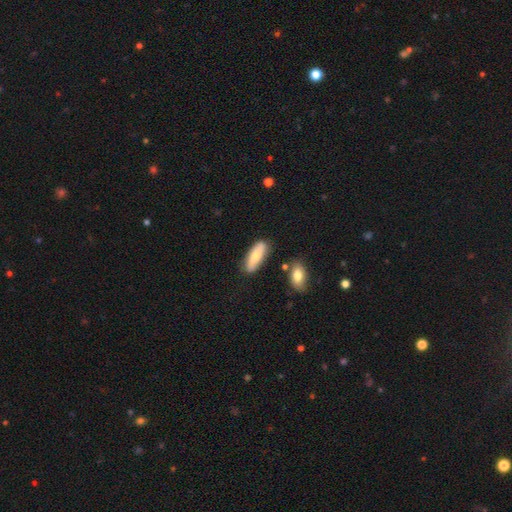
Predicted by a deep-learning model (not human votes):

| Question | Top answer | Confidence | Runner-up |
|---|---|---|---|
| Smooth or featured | smooth | 73% | featured or disk (22%) |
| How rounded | in between | 58% | cigar-shaped (40%) |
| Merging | none | 79% | minor disturbance (13%) |